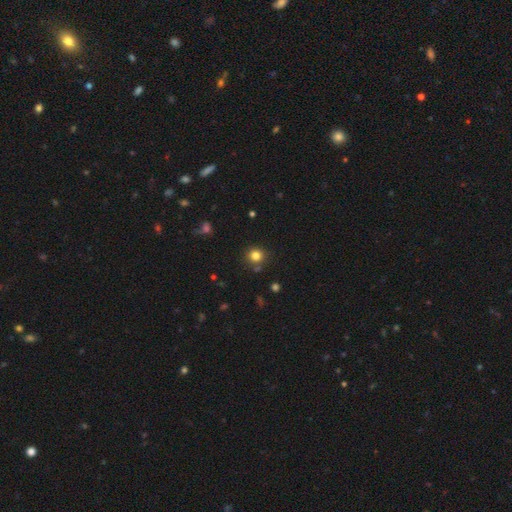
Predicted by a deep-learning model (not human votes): smooth 81%, star or artifact 14%, featured or disk 6%. Down the decision tree: how rounded — round (89%); merging — none (83%).